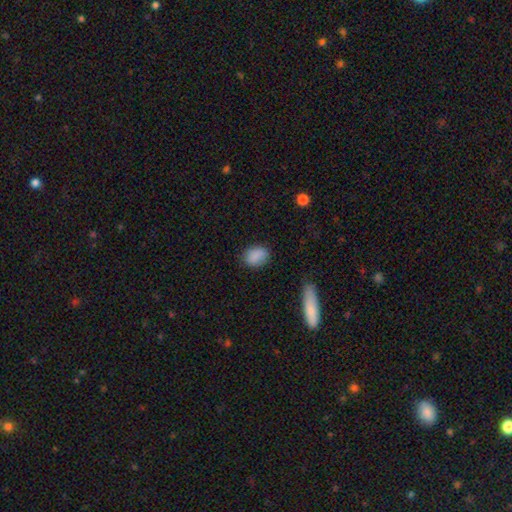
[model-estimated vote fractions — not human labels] Smooth or featured? Predicted: smooth (p=0.86). How rounded? Predicted: in between (p=0.70). Merging? Predicted: none (p=0.79).